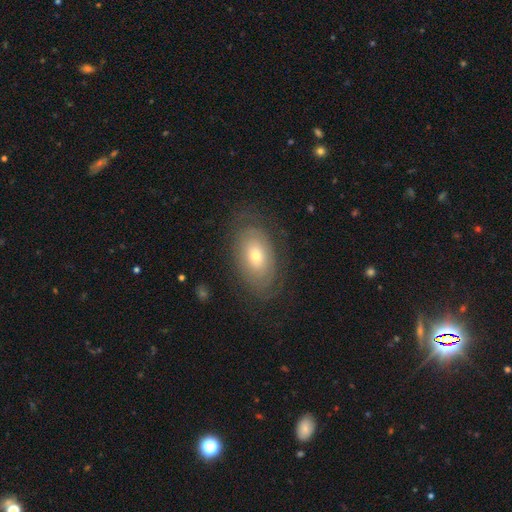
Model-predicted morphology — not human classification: Smooth or featured: featured or disk — 50% (smooth — 42%)
Merging: none — 76% (minor disturbance — 16%)